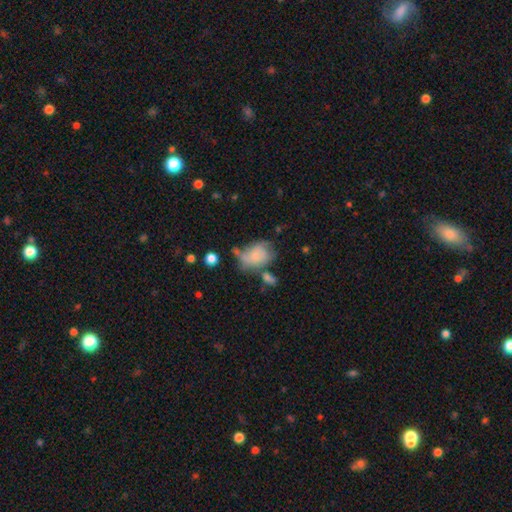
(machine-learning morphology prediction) Smooth or featured?
  - smooth: 63% *
  - featured or disk: 28%
  - star or artifact: 9%
How rounded?
  - in between: 70% *
  - round: 29%
  - cigar-shaped: 1%
Merging?
  - none: 33% *
  - minor disturbance: 30%
  - major disturbance: 21%
  - merger: 17%